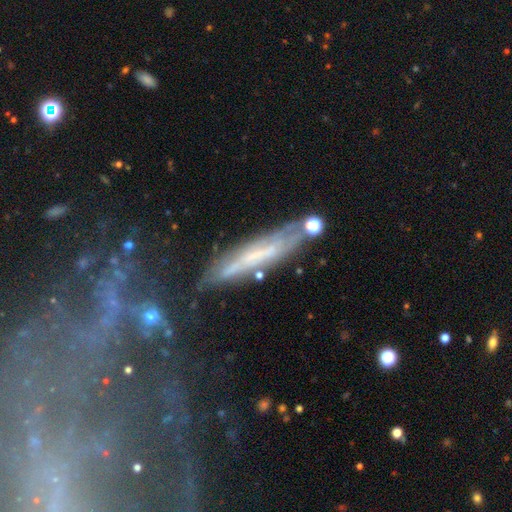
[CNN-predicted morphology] The model was most divided on "edge-on disk": yes: 61%, no: 39%. More confident: merging — none (60%); smooth or featured — featured or disk (58%).